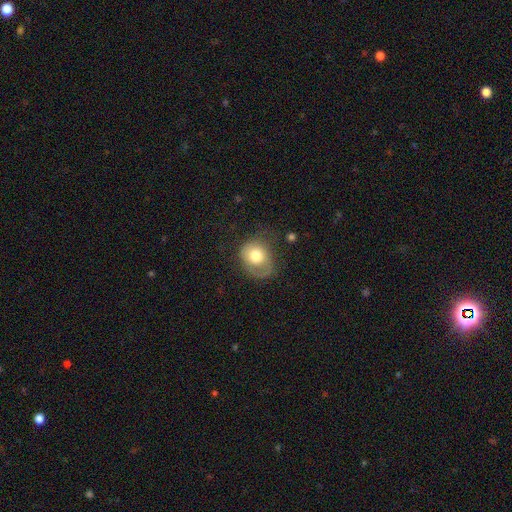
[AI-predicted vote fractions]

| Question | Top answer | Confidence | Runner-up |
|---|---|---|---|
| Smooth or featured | smooth | 62% | featured or disk (30%) |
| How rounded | round | 58% | in between (41%) |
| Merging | none | 44% | minor disturbance (28%) |